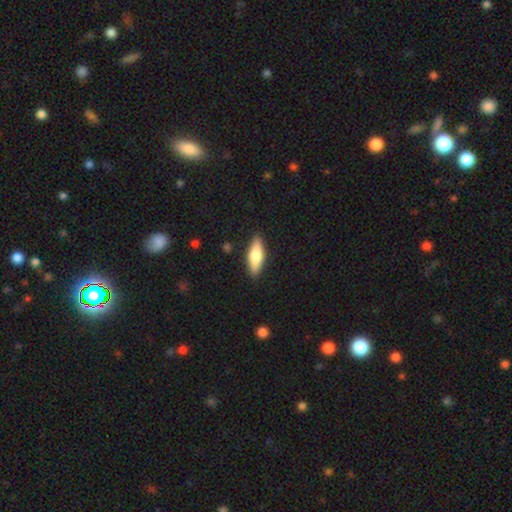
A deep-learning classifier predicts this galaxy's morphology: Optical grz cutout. It shows a smooth galaxy with no disk features (68%) that is in between round and cigar-shaped (49%, tied with cigar-shaped). Merging: none (89%).